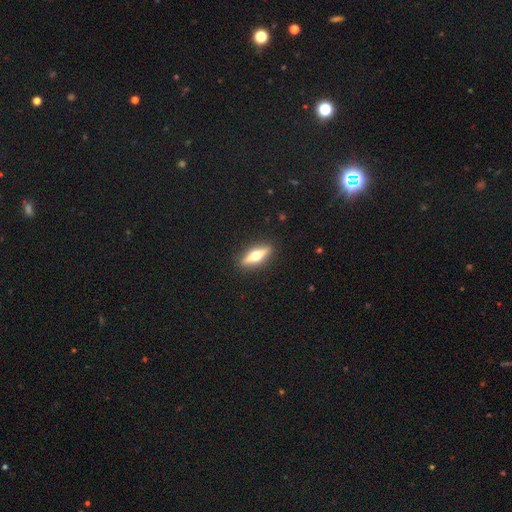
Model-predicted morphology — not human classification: Smooth or featured? Predicted: featured or disk (p=0.59). Edge-on disk? Predicted: yes (p=0.93). Edge-on bulge? Predicted: rounded (p=0.96). Merging? Predicted: none (p=0.91).